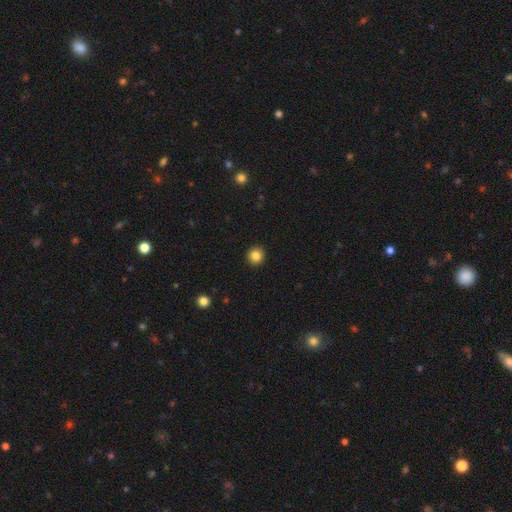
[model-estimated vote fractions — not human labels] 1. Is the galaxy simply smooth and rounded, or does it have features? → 85% smooth, 10% star or artifact, 5% featured or disk.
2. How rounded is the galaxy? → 93% round, 6% in between, 1% cigar-shaped.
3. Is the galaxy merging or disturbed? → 93% none, 5% minor disturbance, 2% major disturbance, 1% merger.